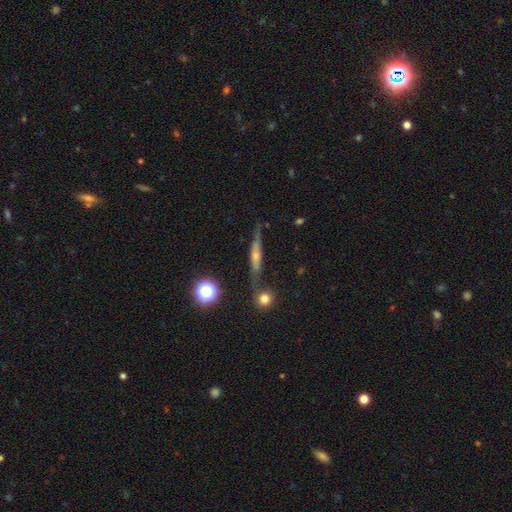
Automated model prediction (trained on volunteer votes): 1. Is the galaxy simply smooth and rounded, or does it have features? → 65% featured or disk, 20% smooth, 15% star or artifact.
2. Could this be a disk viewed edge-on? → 90% yes, 10% no.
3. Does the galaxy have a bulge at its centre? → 77% rounded, 14% none, 9% boxy.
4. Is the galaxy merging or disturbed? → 74% none, 13% minor disturbance, 8% merger, 6% major disturbance.